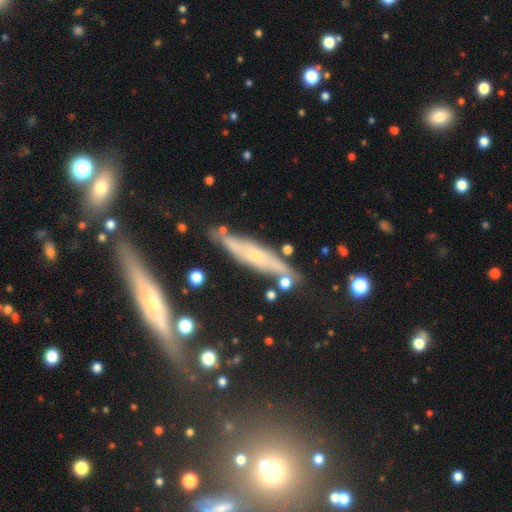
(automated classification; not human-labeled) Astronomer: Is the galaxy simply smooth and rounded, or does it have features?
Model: featured or disk — 59%.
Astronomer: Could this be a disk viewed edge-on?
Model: yes — 70%.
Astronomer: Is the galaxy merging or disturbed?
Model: none — 73%.